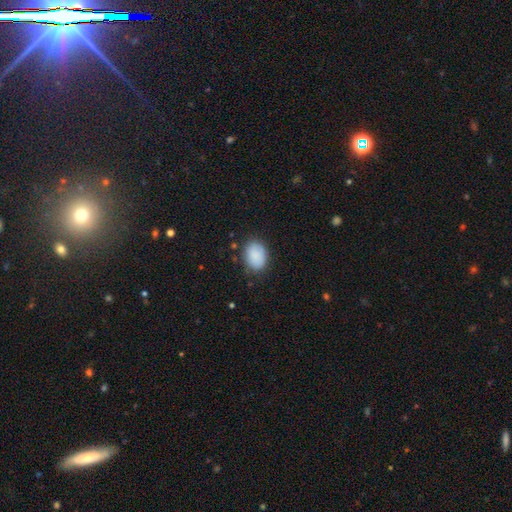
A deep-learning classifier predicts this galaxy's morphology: smooth_or_featured: smooth (p=0.88) [alt: star or artifact p=0.07]
how_rounded: in between (p=0.75) [alt: round p=0.24]
merging: none (p=0.81) [alt: minor disturbance p=0.14]